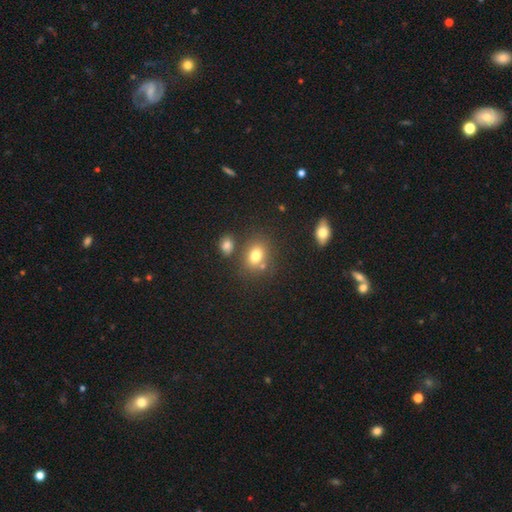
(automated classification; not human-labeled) This appears to be a smooth galaxy with no disk features (77%) that is in between round and cigar-shaped (60%). Merging: none (66%).